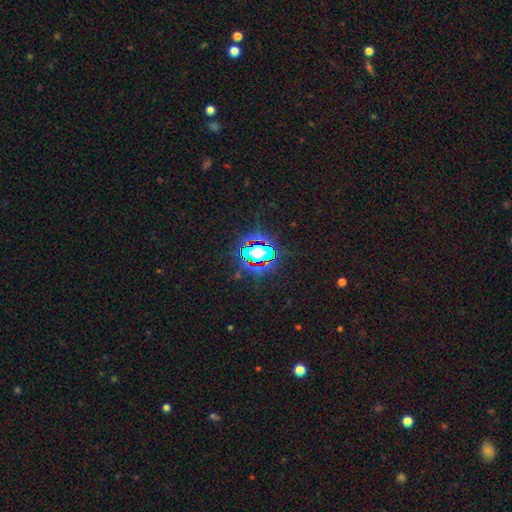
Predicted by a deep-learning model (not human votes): Smooth or featured: star or artifact — 71% (smooth — 17%)